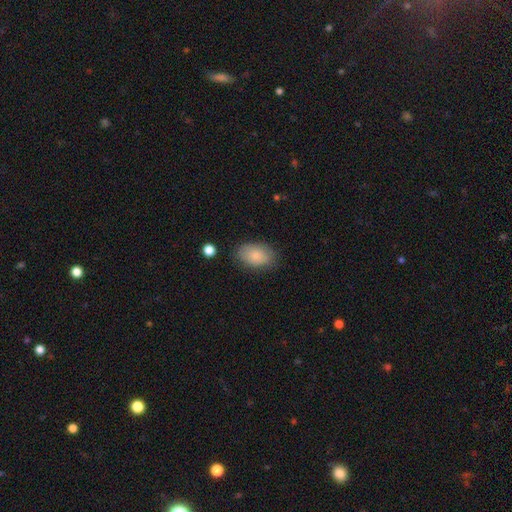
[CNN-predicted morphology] Smooth or featured?
  - smooth: 83% *
  - featured or disk: 10%
  - star or artifact: 7%
How rounded?
  - in between: 88% *
  - round: 11%
  - cigar-shaped: 1%
Merging?
  - none: 80% *
  - minor disturbance: 15%
  - major disturbance: 4%
  - merger: 2%